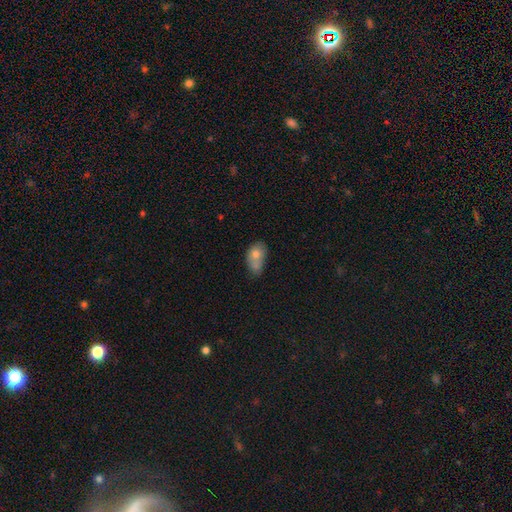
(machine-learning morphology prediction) A smooth galaxy with no disk features (72%) that is in between round and cigar-shaped (83%).

Vote fractions:
- Smooth or featured? smooth: 72% / featured or disk: 19% / star or artifact: 8%
- How rounded? in between: 83% / round: 15% / cigar-shaped: 2%
- Merging? merger: 33% / none: 28% / minor disturbance: 27% / major disturbance: 12%